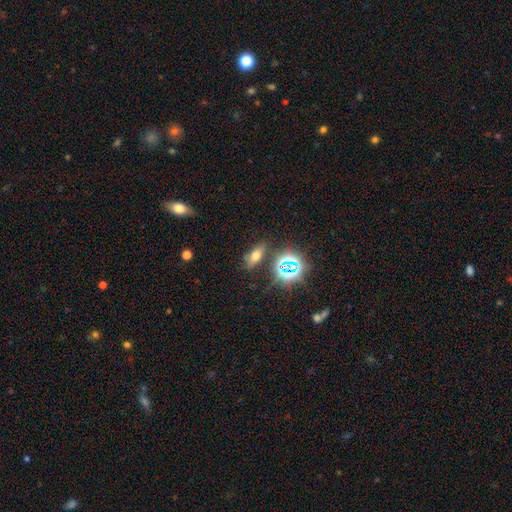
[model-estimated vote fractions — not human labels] A smooth galaxy with no disk features (53%) that is in between round and cigar-shaped (73%).

Vote fractions:
- Smooth or featured? smooth: 53% / star or artifact: 31% / featured or disk: 16%
- How rounded? in between: 73% / cigar-shaped: 17% / round: 11%
- Merging? none: 77% / minor disturbance: 13% / major disturbance: 5% / merger: 5%